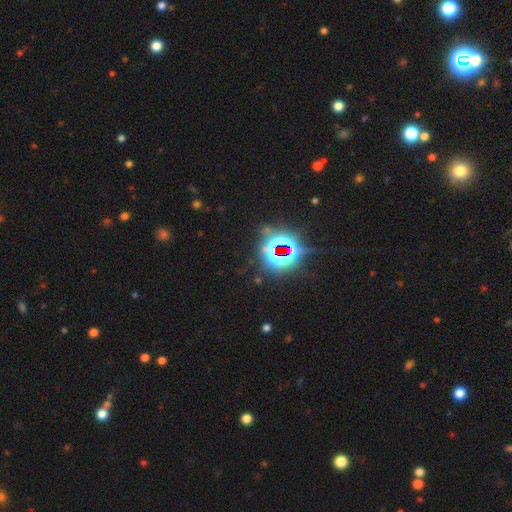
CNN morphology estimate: This is clearly a star or artifact rather than a galaxy (83%).